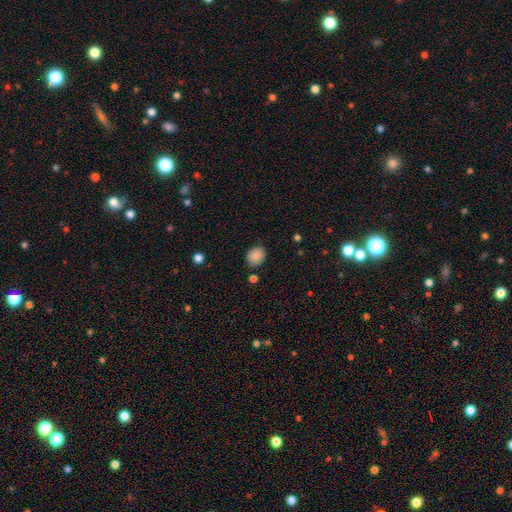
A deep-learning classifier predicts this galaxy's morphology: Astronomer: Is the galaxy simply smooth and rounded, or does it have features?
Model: smooth — 87%.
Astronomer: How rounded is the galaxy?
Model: round — 62%.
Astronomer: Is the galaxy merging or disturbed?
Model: none — 85%.